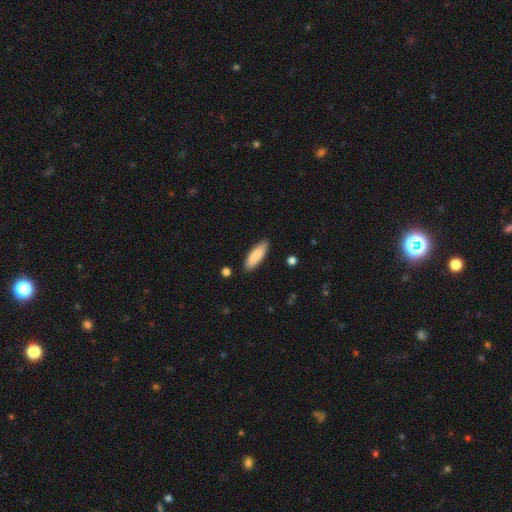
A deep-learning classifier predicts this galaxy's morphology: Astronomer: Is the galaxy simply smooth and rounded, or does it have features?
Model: smooth — 87%.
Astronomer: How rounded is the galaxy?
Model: in between — 52% (runner-up: cigar-shaped, 46%).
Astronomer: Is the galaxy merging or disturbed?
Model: none — 88%.